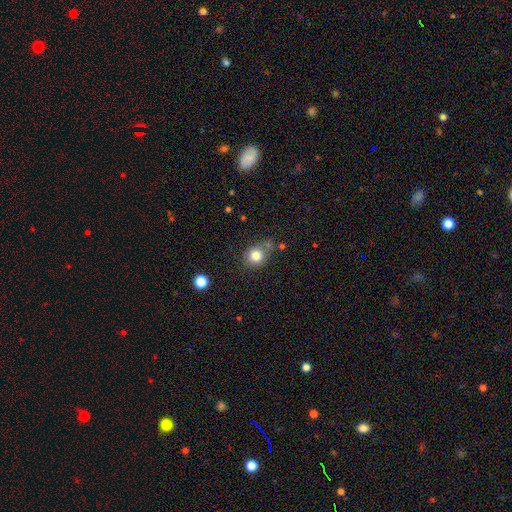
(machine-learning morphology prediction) This appears to be a smooth galaxy with no disk features (81%) that is round (74%). Merging: none (63%).